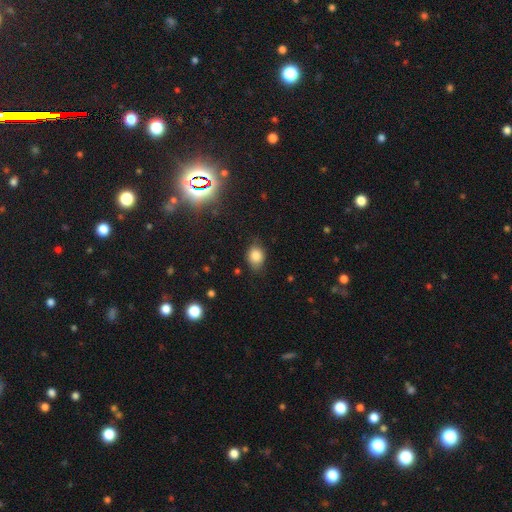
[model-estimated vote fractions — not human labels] This appears to be a smooth galaxy with no disk features (82%) that is in between round and cigar-shaped (59%). Merging: none (71%).